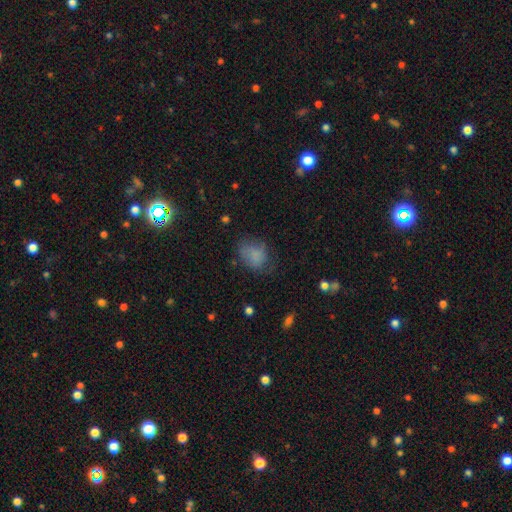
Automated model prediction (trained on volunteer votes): The model was most divided on "merging": none: 51%, minor disturbance: 29%, major disturbance: 18%, merger: 2%. More confident: smooth or featured — smooth (75%); how rounded — in between (61%).